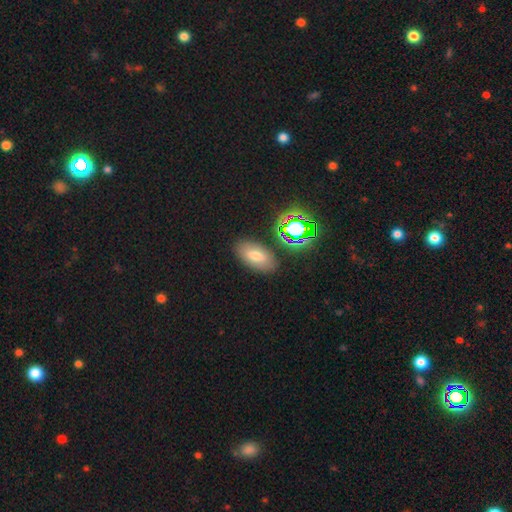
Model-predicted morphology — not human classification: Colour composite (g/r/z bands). It shows a smooth galaxy with no disk features (64%) that is in between round and cigar-shaped (91%). Merging: none (83%).